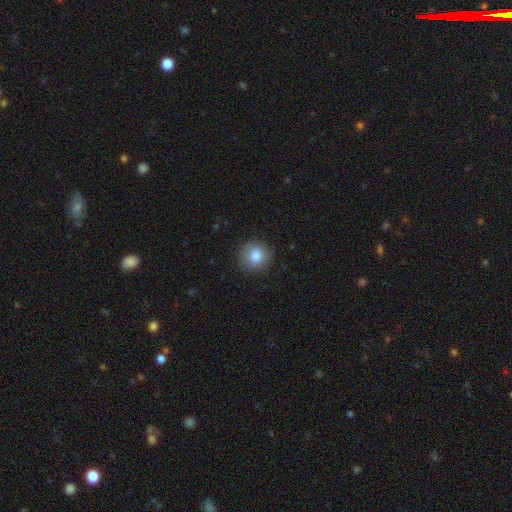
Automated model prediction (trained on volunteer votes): Smooth or featured? Predicted: smooth (p=0.84). How rounded? Predicted: round (p=0.90). Merging? Predicted: none (p=0.87).